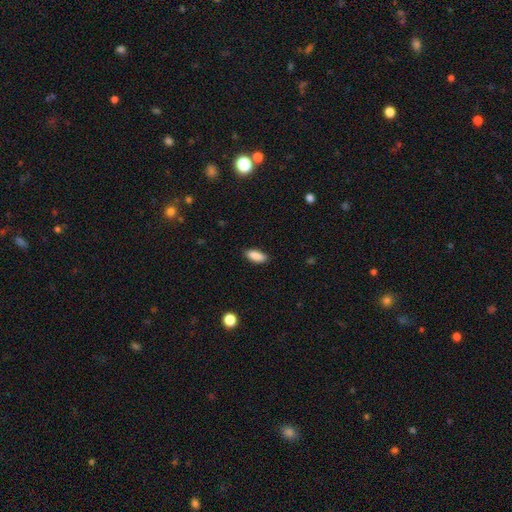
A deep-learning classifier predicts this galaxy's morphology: Smooth or featured? Predicted: smooth (p=0.89). How rounded? Predicted: in between (p=0.84). Merging? Predicted: none (p=0.87).